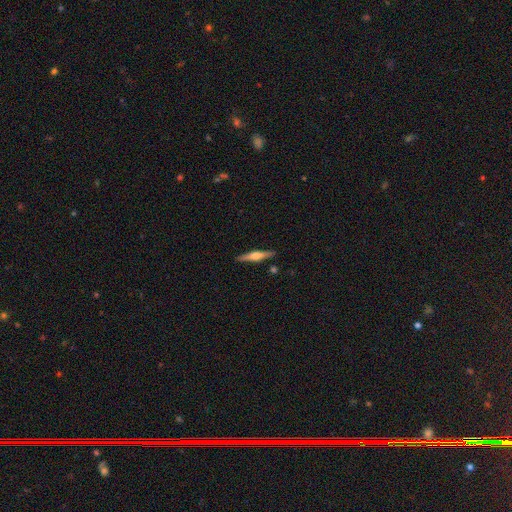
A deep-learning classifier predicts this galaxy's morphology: This is likely a featured or disk galaxy (65%). It is clearly viewed edge-on (97%). Edge-on bulge: clearly rounded (89%). Merging: clearly none (90%).